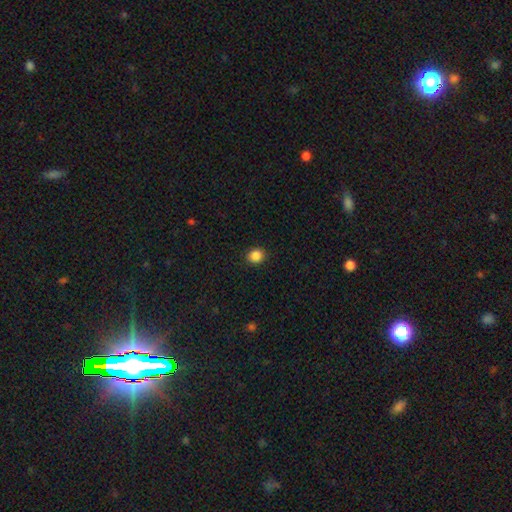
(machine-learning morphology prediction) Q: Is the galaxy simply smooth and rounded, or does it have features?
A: smooth — 87%.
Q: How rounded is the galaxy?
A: round — 80%.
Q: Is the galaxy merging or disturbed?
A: none — 91%.